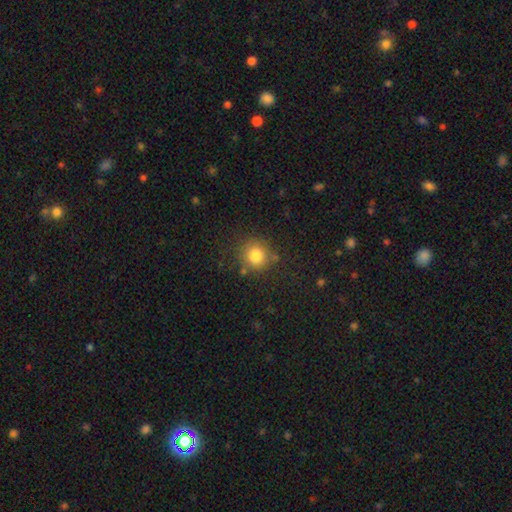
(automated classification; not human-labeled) A smooth galaxy with no disk features (81%) that is round (90%).

Vote fractions:
- Smooth or featured? smooth: 81% / star or artifact: 12% / featured or disk: 7%
- How rounded? round: 90% / in between: 9% / cigar-shaped: 1%
- Merging? none: 82% / minor disturbance: 11% / major disturbance: 4% / merger: 3%